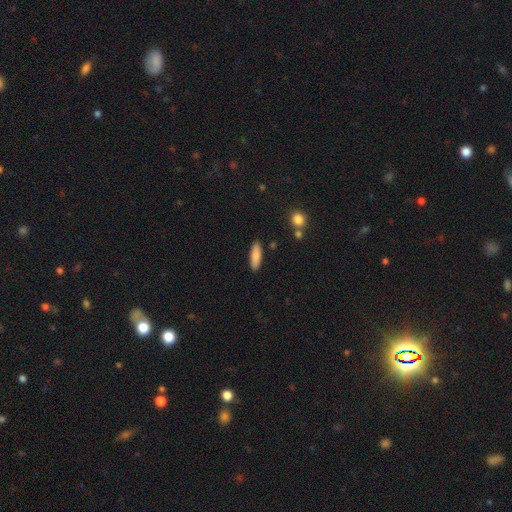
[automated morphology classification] A smooth galaxy with no disk features (83%) that is cigar-shaped (55%). Merging: none (88%).